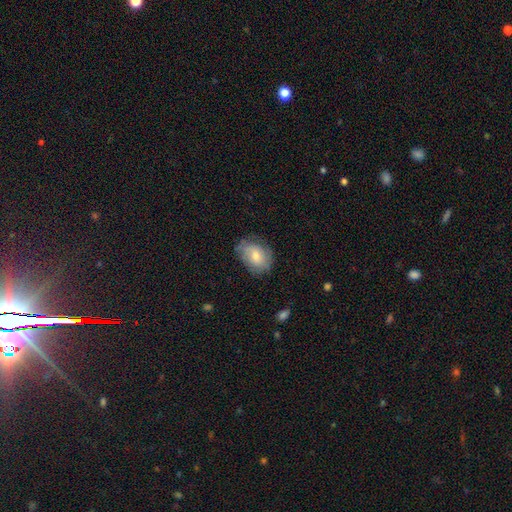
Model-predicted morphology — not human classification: Q: Smooth or featured?
A: smooth (64%); runner-up: featured or disk (29%)
Q: How rounded?
A: in between (73%); runner-up: round (26%)
Q: Merging?
A: none (66%); runner-up: minor disturbance (26%)